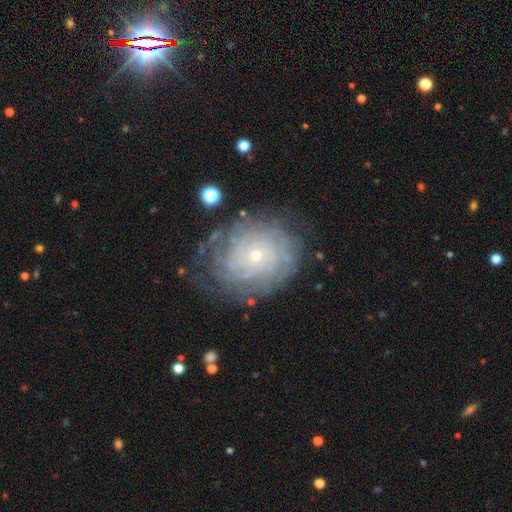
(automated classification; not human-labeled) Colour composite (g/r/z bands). It shows a featured or disk galaxy (84%) with no bar (85%), tight (83%) spiral arms (95%) and a small central bulge (82%). Merging: none (74%).